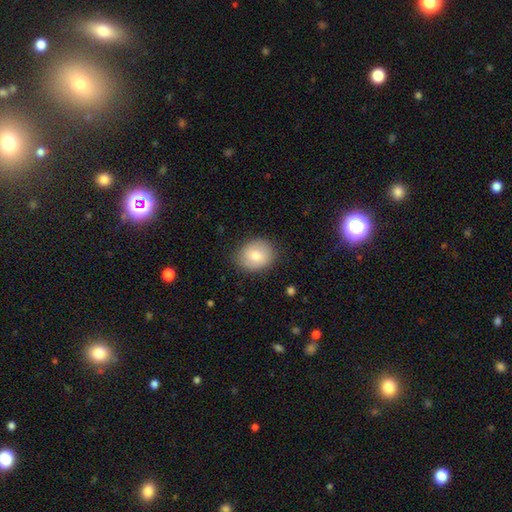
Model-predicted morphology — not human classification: This is likely a smooth galaxy (76%). How rounded: likely round (63%). Merging: clearly none (82%).